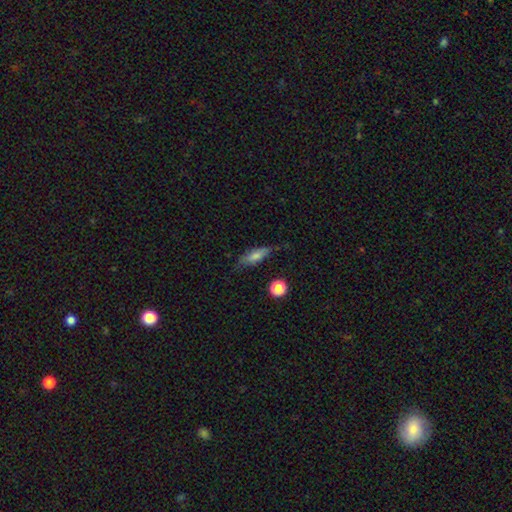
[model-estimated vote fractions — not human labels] The model was most divided on "how rounded": cigar-shaped: 53%, in between: 42%, round: 5%. More confident: merging — none (71%); smooth or featured — smooth (56%).